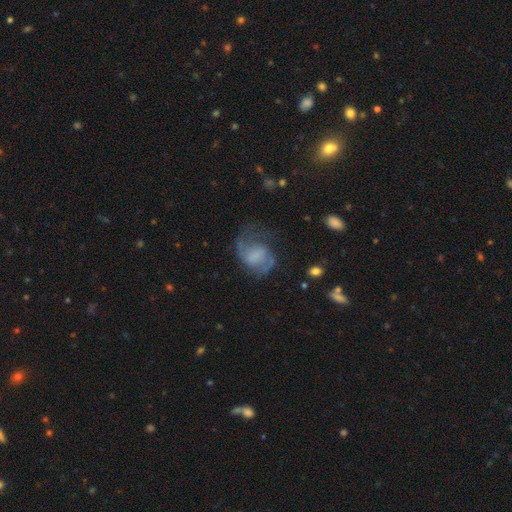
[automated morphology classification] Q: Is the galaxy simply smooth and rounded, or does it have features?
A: featured or disk — 70%.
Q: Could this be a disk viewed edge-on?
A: no — 98%.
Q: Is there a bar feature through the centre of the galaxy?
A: weak — 44%, tied with no.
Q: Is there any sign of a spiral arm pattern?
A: yes — 89%.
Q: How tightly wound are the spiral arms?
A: medium — 48%.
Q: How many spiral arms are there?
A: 2 — 76%.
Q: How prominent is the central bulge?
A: none — 45%.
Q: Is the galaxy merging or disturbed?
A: none — 49%.